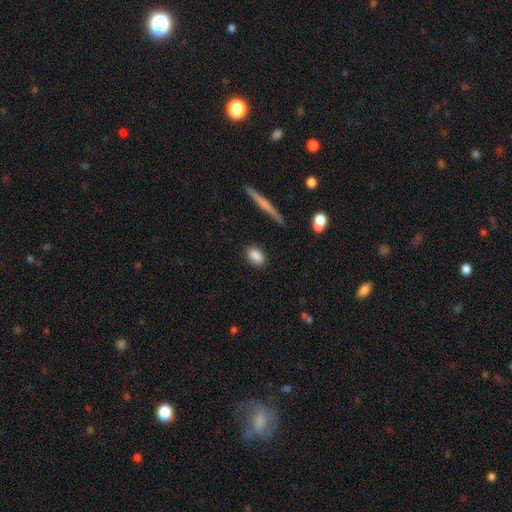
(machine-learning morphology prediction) Smooth or featured: smooth — 87% (star or artifact — 7%)
How rounded: in between — 81% (round — 15%)
Merging: none — 87% (minor disturbance — 9%)